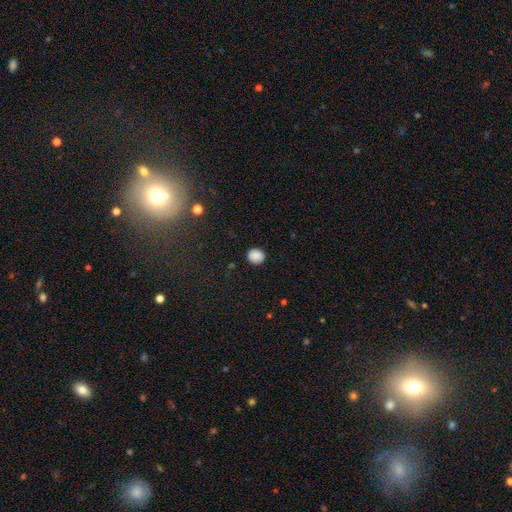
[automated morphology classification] A smooth galaxy with no disk features (88%) that is round (78%).

Vote fractions:
- Smooth or featured? smooth: 88% / star or artifact: 9% / featured or disk: 3%
- How rounded? round: 78% / in between: 21% / cigar-shaped: 1%
- Merging? none: 89% / minor disturbance: 8% / major disturbance: 2% / merger: 1%